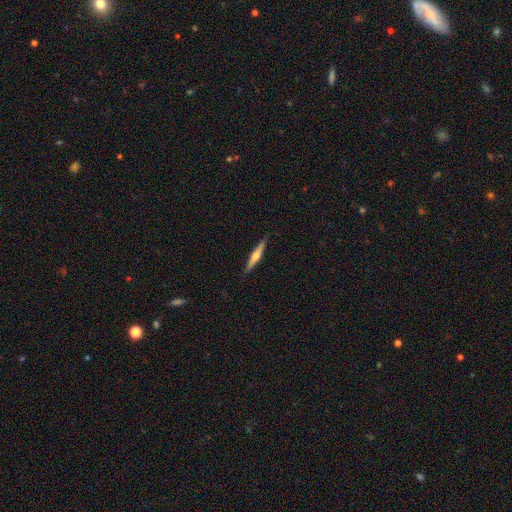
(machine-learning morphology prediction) Smooth or featured? featured or disk (65%)
Edge-on disk? yes (97%)
Edge-on bulge? rounded (90%)
Merging? none (90%)